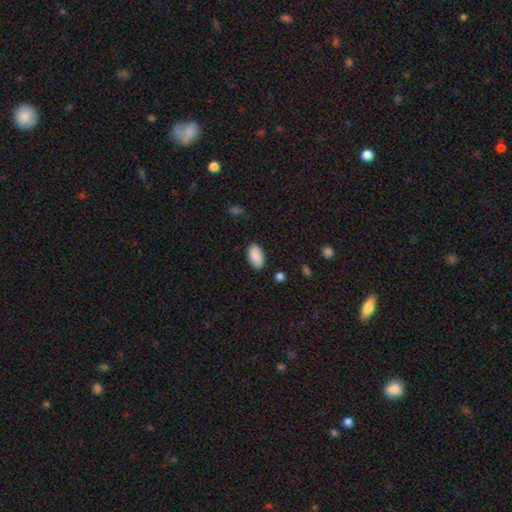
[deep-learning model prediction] This appears to be a smooth galaxy with no disk features (90%) that is in between round and cigar-shaped (95%). Merging: none (86%).